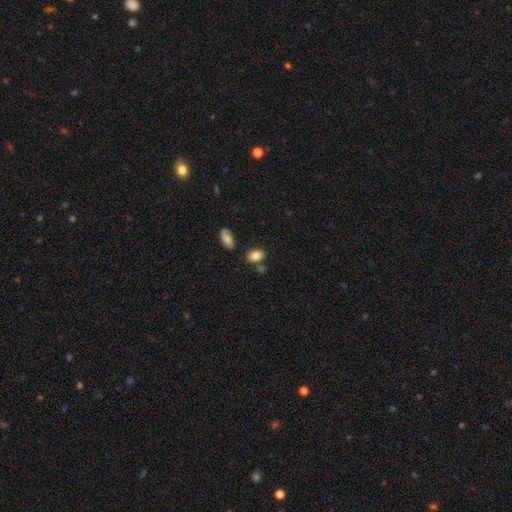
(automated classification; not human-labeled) A smooth galaxy with no disk features (85%) that is in between round and cigar-shaped (85%). Merging: none (68%).